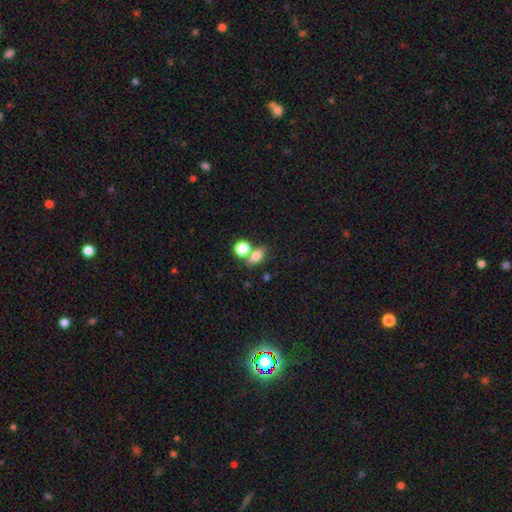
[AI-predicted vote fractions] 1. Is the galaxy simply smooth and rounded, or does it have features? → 78% smooth, 12% star or artifact, 9% featured or disk.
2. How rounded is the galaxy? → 73% in between, 23% round, 4% cigar-shaped.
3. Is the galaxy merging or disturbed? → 54% none, 31% merger, 11% minor disturbance, 4% major disturbance.